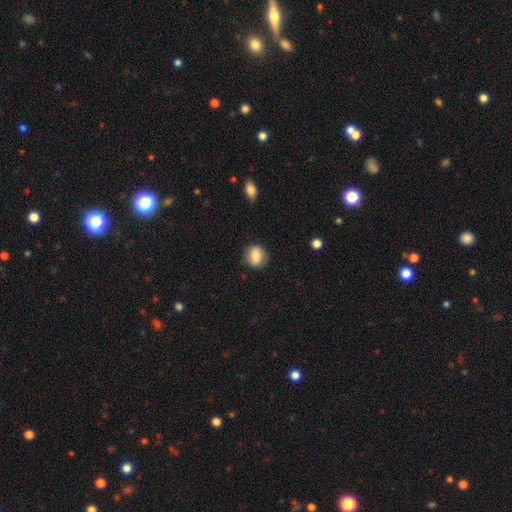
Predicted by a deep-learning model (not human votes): smooth 76%, featured or disk 15%, star or artifact 8%. Down the decision tree: how rounded — round (75%); merging — none (84%).